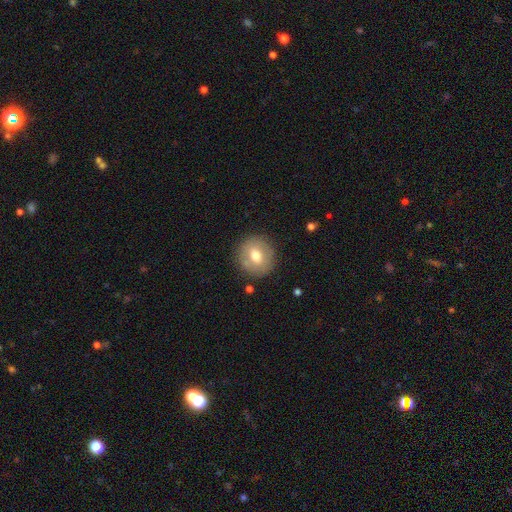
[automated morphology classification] type=smooth (67%); roundness=round (89%); merging=none (85%).